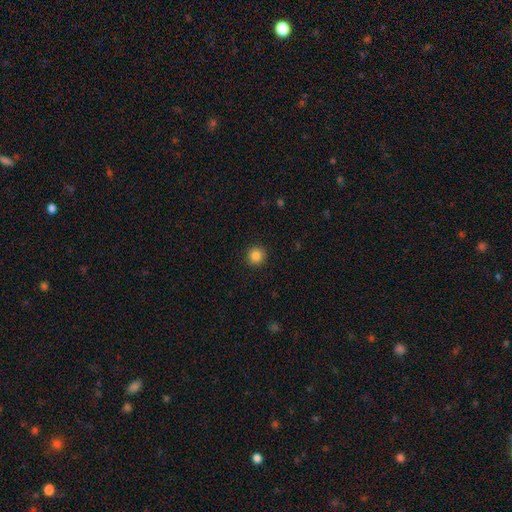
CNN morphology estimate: This is clearly a smooth galaxy (85%). How rounded: clearly round (95%). Merging: clearly none (92%).